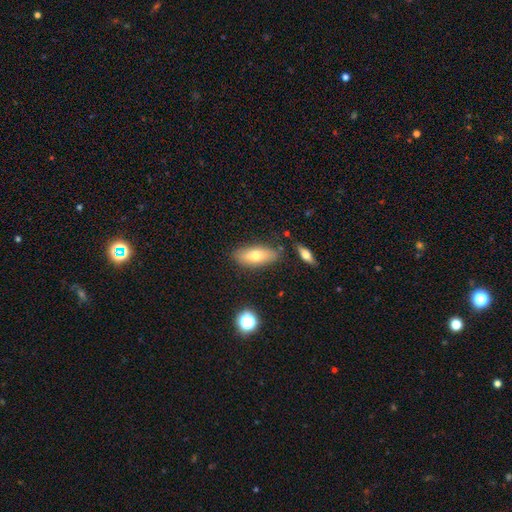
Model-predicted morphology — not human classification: This is likely a smooth galaxy (70%). How rounded: likely in between (77%). Merging: clearly none (80%).